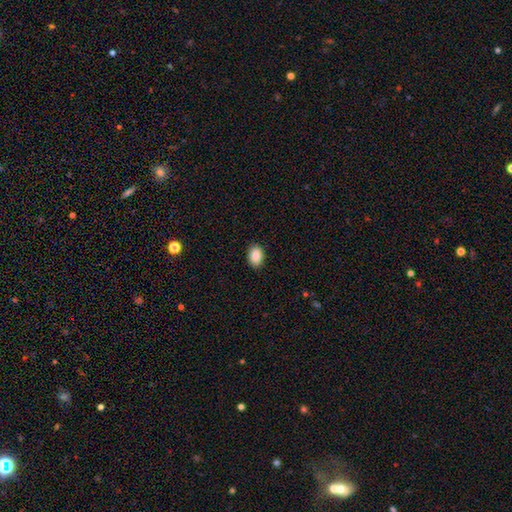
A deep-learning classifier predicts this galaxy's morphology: smooth 89%, star or artifact 8%, featured or disk 4%. Down the decision tree: how rounded — in between (82%); merging — none (89%).